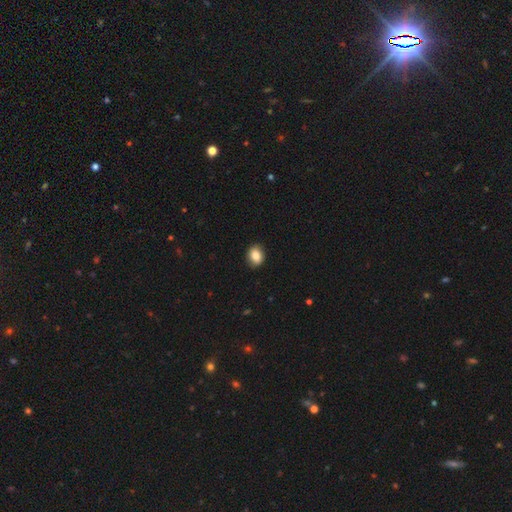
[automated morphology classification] Smooth or featured: smooth — 83% (featured or disk — 8%)
How rounded: in between — 53% (round — 46%)
Merging: none — 89% (minor disturbance — 8%)